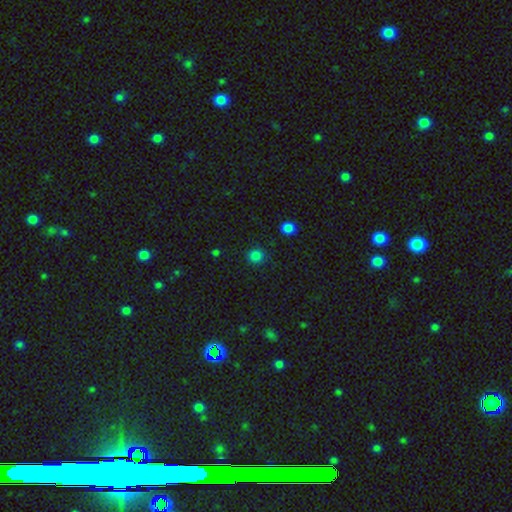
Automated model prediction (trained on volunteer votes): Smooth or featured?
  - smooth: 82% *
  - star or artifact: 15%
  - featured or disk: 3%
How rounded?
  - round: 88% *
  - in between: 11%
  - cigar-shaped: 1%
Merging?
  - none: 86% *
  - minor disturbance: 9%
  - major disturbance: 3%
  - merger: 2%